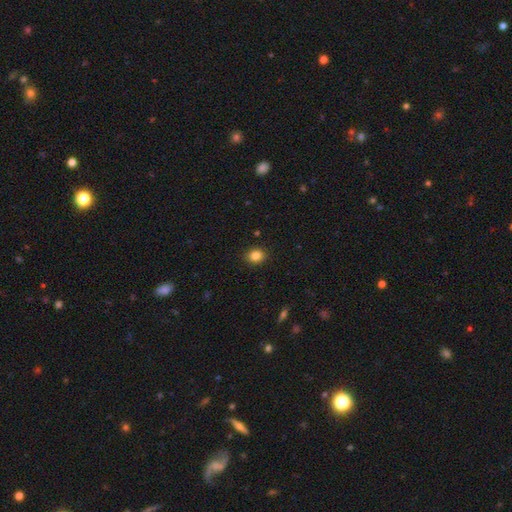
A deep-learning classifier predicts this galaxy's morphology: Overall: smooth (84%). How rounded: round (66%; in between 33%). Merging: none (90%).